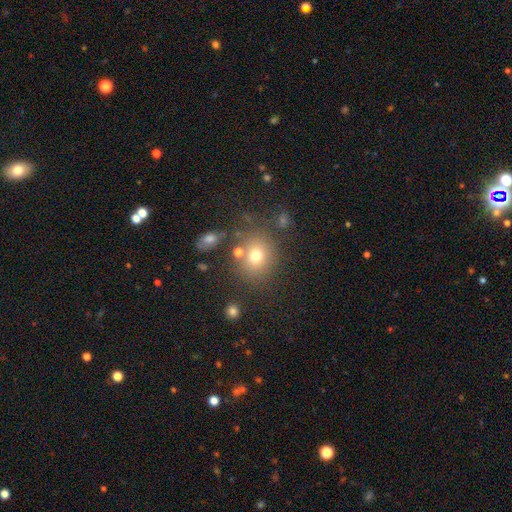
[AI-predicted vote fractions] Q: Smooth or featured?
A: smooth (72%); runner-up: star or artifact (16%)
Q: How rounded?
A: round (76%); runner-up: in between (23%)
Q: Merging?
A: none (72%); runner-up: minor disturbance (12%)